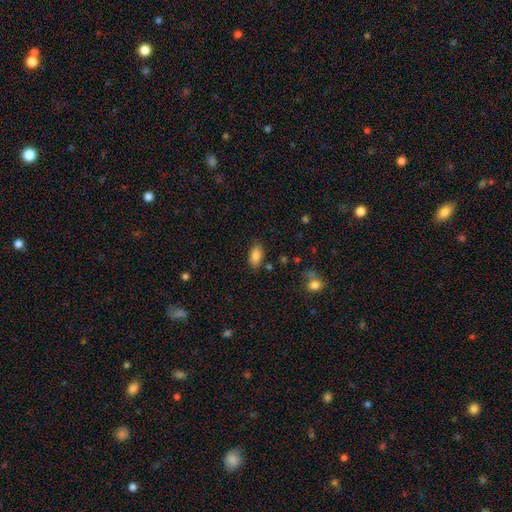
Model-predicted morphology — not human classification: A smooth galaxy with no disk features (85%) that is in between round and cigar-shaped (91%).

Vote fractions:
- Smooth or featured? smooth: 85% / star or artifact: 8% / featured or disk: 6%
- How rounded? in between: 91% / cigar-shaped: 4% / round: 4%
- Merging? none: 82% / minor disturbance: 12% / major disturbance: 3% / merger: 3%